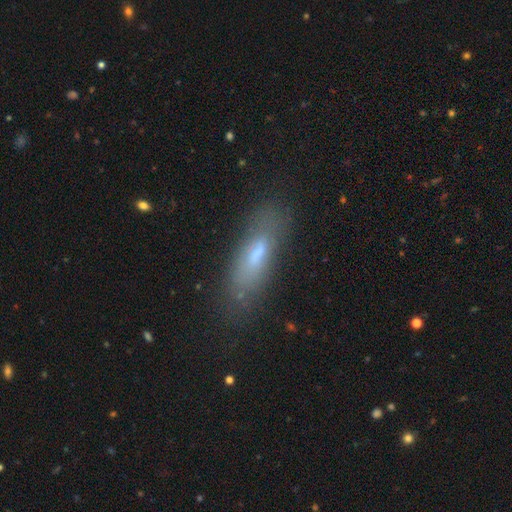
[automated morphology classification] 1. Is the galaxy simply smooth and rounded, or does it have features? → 59% smooth, 29% featured or disk, 11% star or artifact.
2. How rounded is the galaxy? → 59% cigar-shaped, 39% in between, 2% round.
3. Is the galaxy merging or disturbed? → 72% none, 17% minor disturbance, 8% major disturbance, 3% merger.